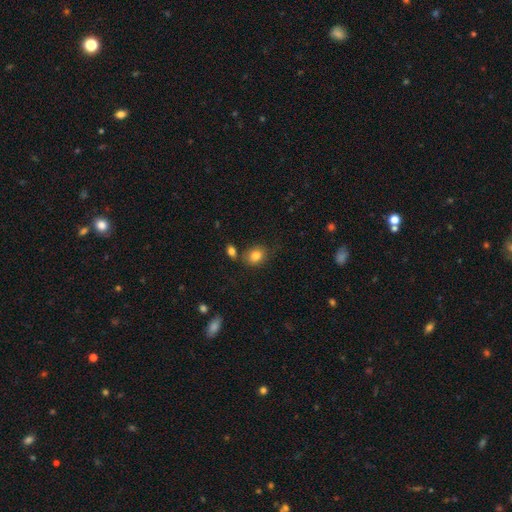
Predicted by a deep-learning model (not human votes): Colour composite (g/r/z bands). It shows a smooth galaxy with no disk features (82%) that is round (55%). Merging: none (72%).